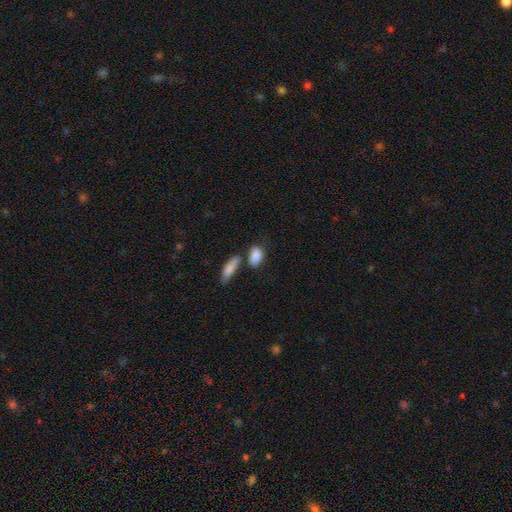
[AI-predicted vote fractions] Overall: smooth (86%). How rounded: in between (82%). Merging: none (57%; merger 21%).